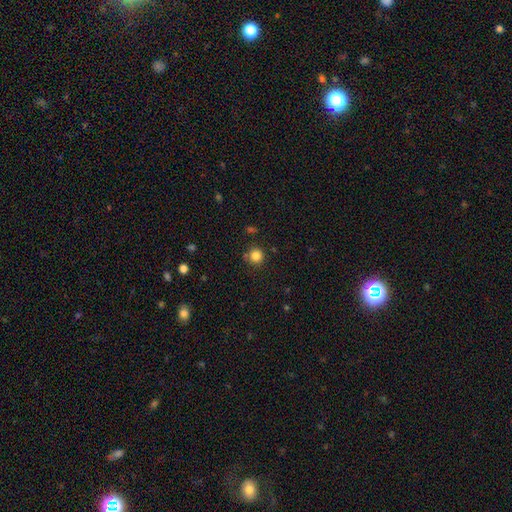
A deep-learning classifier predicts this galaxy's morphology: Overall: smooth (83%). How rounded: round (94%). Merging: none (83%).